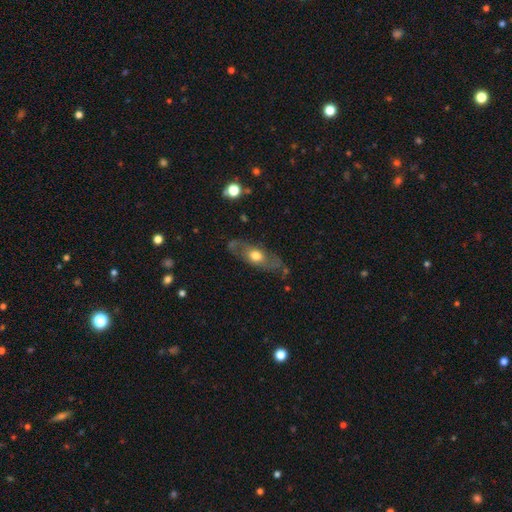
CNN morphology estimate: This is possibly a featured or disk galaxy (52%). It is likely not viewed edge-on (66%). Merging: likely none (69%).